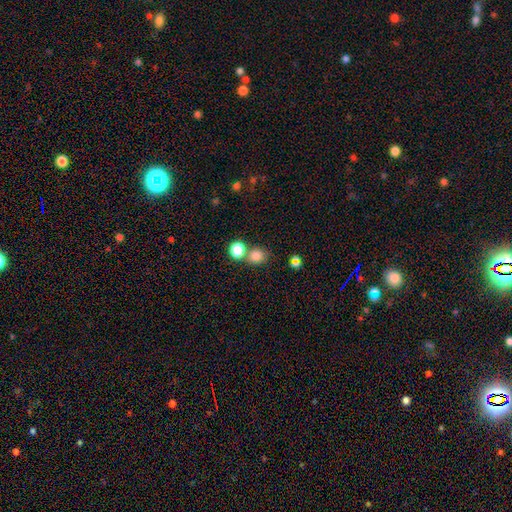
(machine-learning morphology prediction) Smooth or featured? Predicted: smooth (p=0.81). How rounded? Predicted: round (p=0.79). Merging? Predicted: none (p=0.60).